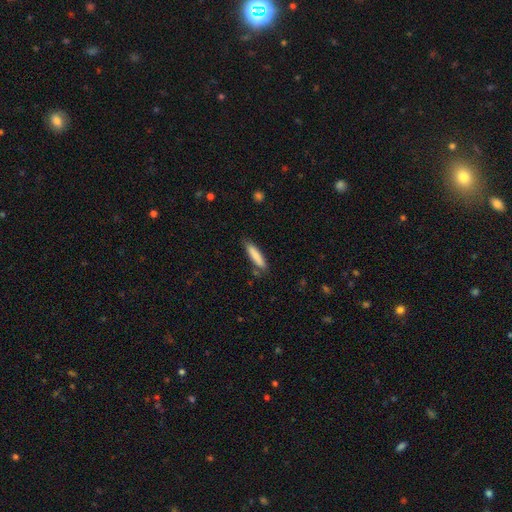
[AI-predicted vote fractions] Overall: smooth (83%). How rounded: cigar-shaped (82%). Merging: none (81%).